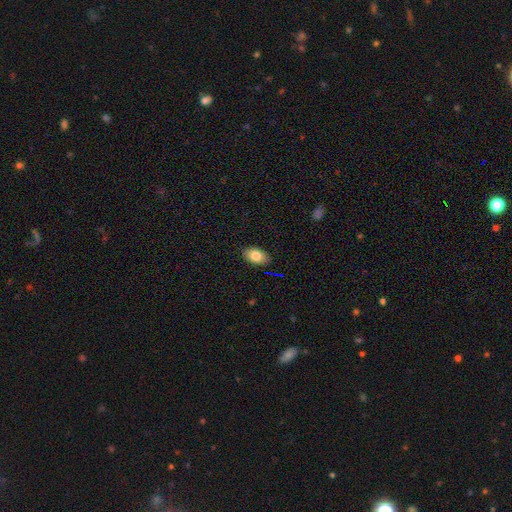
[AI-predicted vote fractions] Smooth or featured: smooth — 82% (featured or disk — 11%)
How rounded: in between — 92% (round — 6%)
Merging: none — 87% (minor disturbance — 10%)